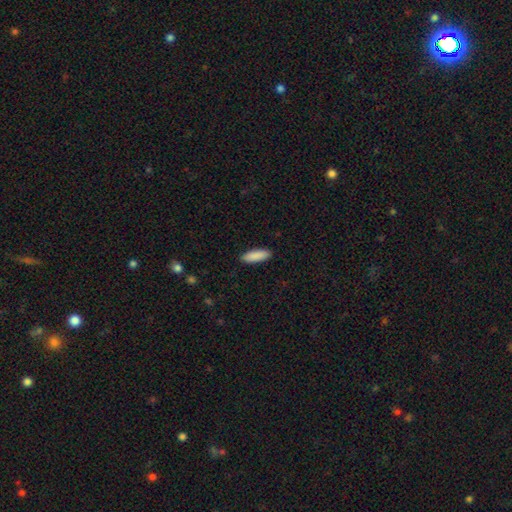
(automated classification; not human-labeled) The model was most divided on "how rounded": in between: 53%, cigar-shaped: 46%, round: 2%. More confident: merging — none (91%); smooth or featured — smooth (90%).